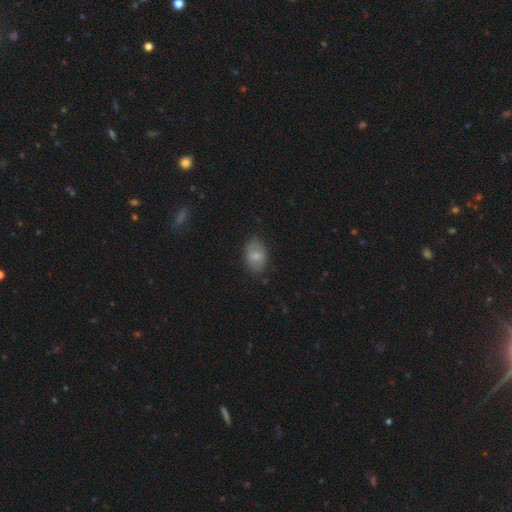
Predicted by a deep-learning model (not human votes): A smooth galaxy with no disk features (74%) that is in between round and cigar-shaped (82%). Merging: none (74%).